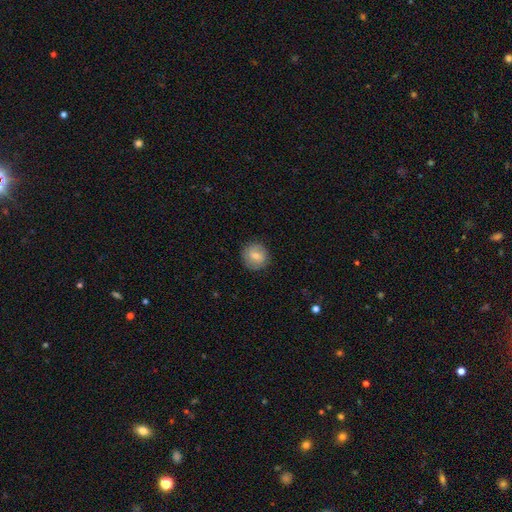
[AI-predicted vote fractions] A smooth galaxy with no disk features (69%) that is round (90%). Merging: none (87%).